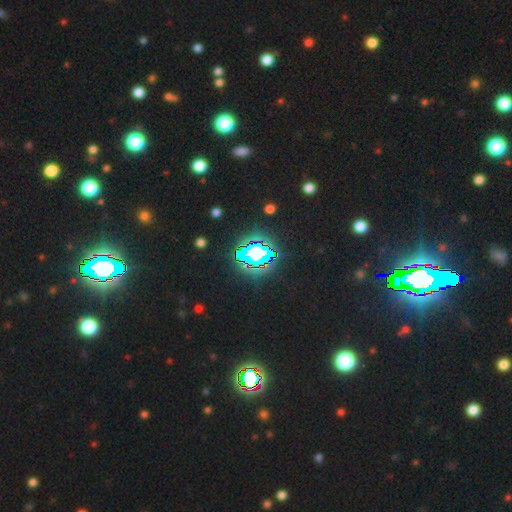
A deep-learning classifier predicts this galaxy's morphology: smooth-or-featured: star or artifact: 69% | smooth: 19% | featured or disk: 12%